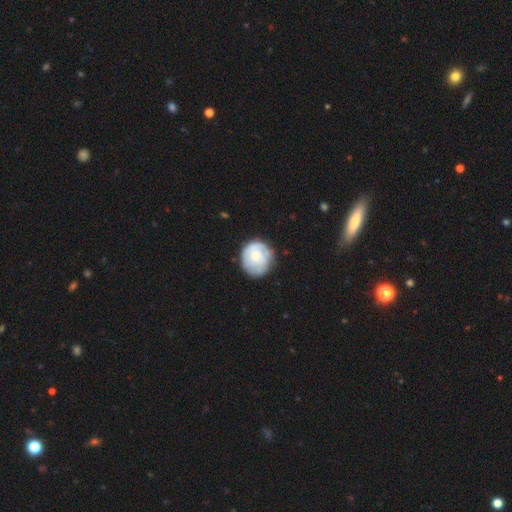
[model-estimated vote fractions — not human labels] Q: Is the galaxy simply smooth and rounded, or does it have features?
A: featured or disk — 47%.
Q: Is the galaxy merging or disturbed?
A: none — 74%.